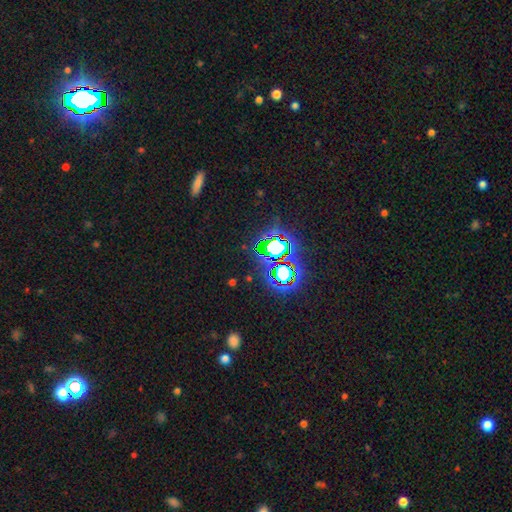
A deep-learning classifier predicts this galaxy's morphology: Smooth or featured? Predicted: star or artifact (p=0.81).